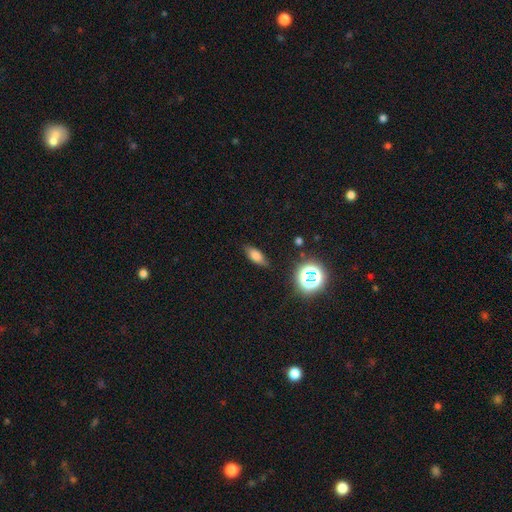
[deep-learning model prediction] This is likely a smooth galaxy (71%). How rounded: likely in between (72%). Merging: clearly none (81%).